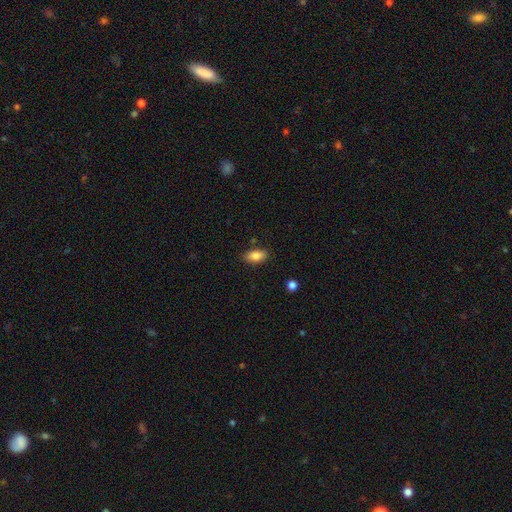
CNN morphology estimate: smooth 85%, star or artifact 8%, featured or disk 7%. Down the decision tree: how rounded — in between (89%); merging — none (84%).